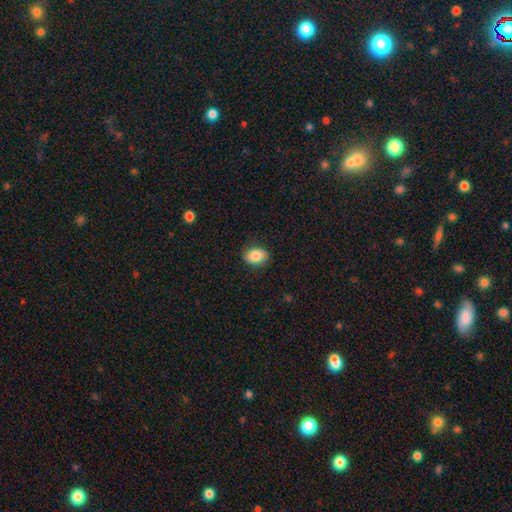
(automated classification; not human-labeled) Smooth or featured?
  - smooth: 84% *
  - featured or disk: 8%
  - star or artifact: 8%
How rounded?
  - in between: 73% *
  - round: 26%
  - cigar-shaped: 1%
Merging?
  - none: 85% *
  - minor disturbance: 11%
  - major disturbance: 3%
  - merger: 1%